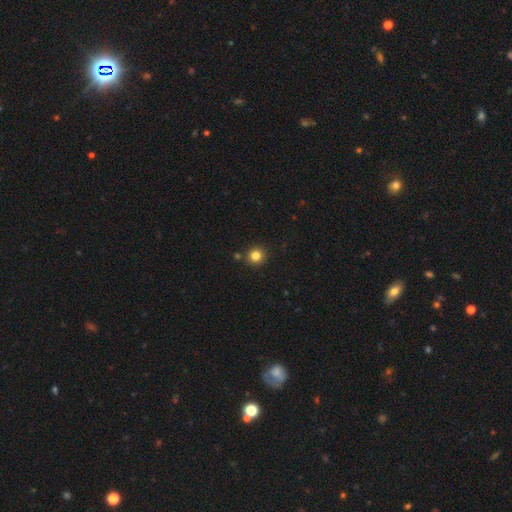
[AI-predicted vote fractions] Smooth or featured? Predicted: smooth (p=0.83). How rounded? Predicted: round (p=0.93). Merging? Predicted: none (p=0.88).